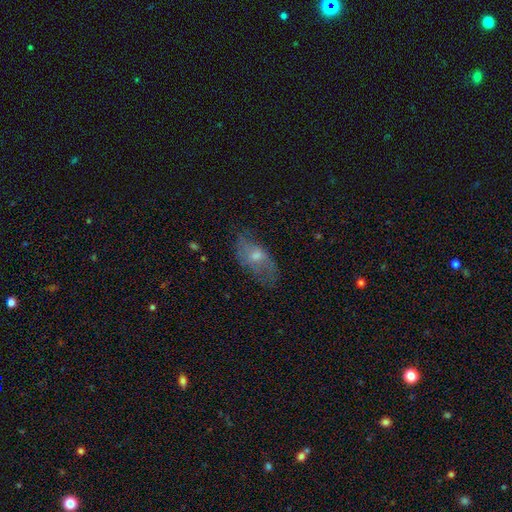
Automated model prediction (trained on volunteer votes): Smooth or featured? Predicted: featured or disk (p=0.46). Merging? Predicted: none (p=0.60).